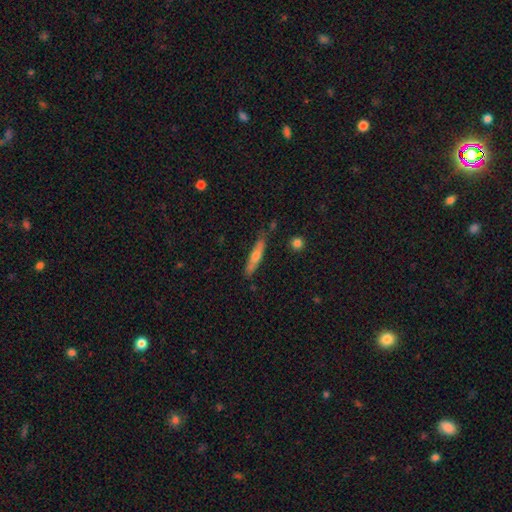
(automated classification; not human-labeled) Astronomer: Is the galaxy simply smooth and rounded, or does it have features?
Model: smooth — 48% (runner-up: featured or disk, 46%).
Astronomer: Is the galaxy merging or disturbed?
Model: none — 79%.